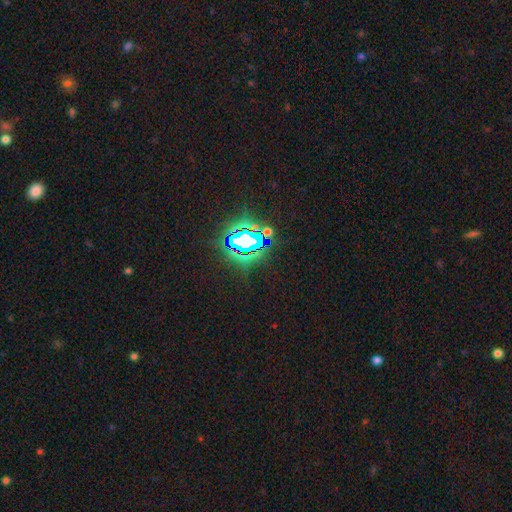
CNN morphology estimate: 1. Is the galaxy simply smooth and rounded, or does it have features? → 82% star or artifact, 12% smooth, 7% featured or disk.